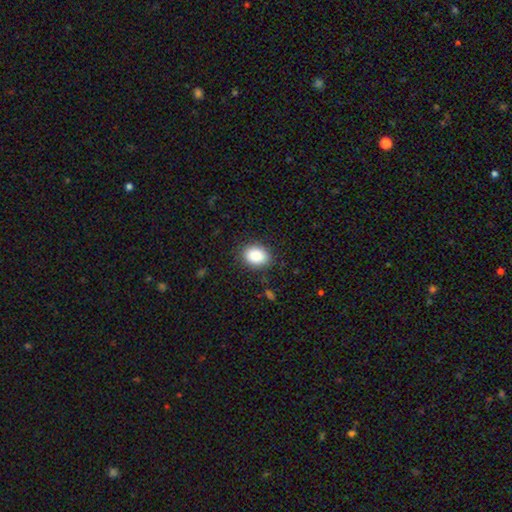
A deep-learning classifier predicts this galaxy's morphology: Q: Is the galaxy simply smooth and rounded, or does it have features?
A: smooth — 89%.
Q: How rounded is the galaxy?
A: in between — 72%.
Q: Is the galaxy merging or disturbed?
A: none — 86%.